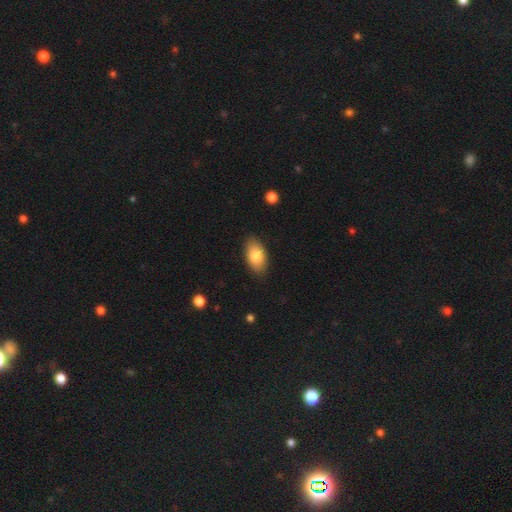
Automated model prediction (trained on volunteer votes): Overall: smooth (82%). How rounded: in between (93%). Merging: none (86%).